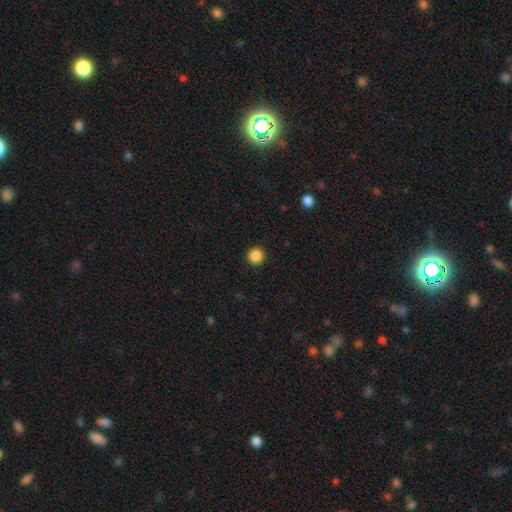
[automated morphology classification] This is clearly a smooth galaxy (87%). How rounded: clearly round (95%). Merging: clearly none (93%).